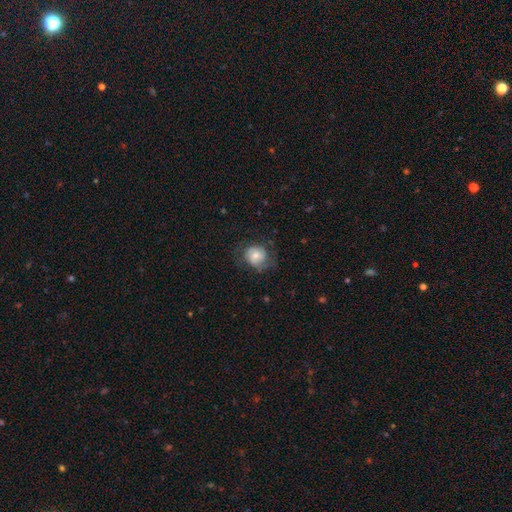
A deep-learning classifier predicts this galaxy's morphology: type=smooth (62%); roundness=round (76%); merging=none (61%).